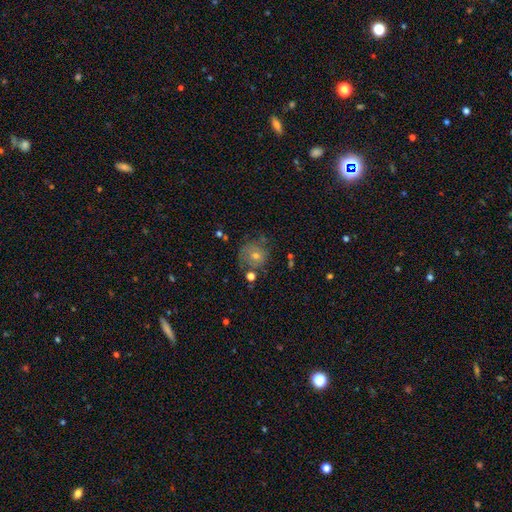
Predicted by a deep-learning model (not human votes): Overall: smooth (46%; featured or disk 34%). Merging: none (68%).